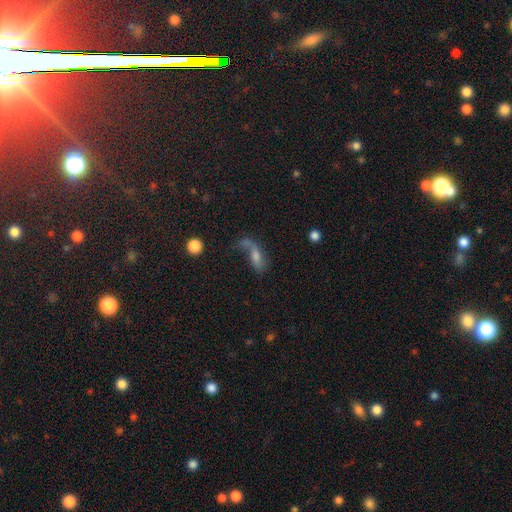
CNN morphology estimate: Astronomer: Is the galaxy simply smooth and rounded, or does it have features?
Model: smooth — 45% (runner-up: featured or disk, 38%).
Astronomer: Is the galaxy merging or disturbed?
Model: major disturbance — 29%, tied with none at 29%.